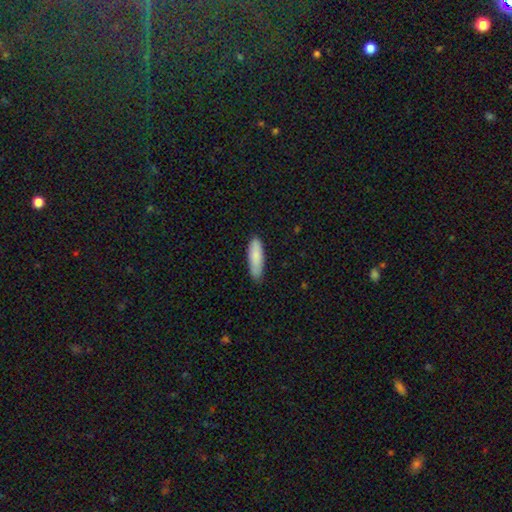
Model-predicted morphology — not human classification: A smooth galaxy with no disk features (85%) that is cigar-shaped (58%).

Vote fractions:
- Smooth or featured? smooth: 85% / featured or disk: 10% / star or artifact: 6%
- How rounded? cigar-shaped: 58% / in between: 40% / round: 1%
- Merging? none: 81% / minor disturbance: 16% / major disturbance: 2% / merger: 1%